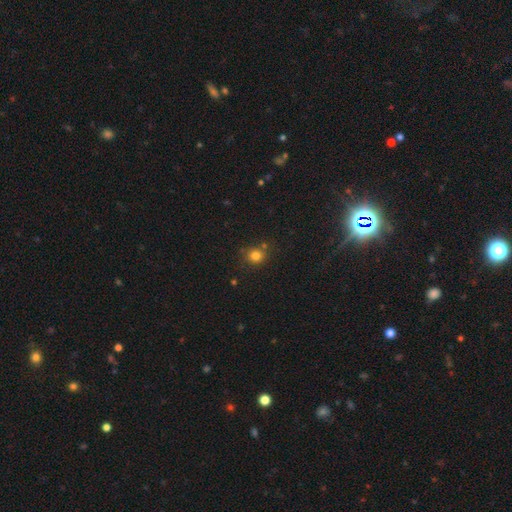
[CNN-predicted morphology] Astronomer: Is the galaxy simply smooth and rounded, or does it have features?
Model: smooth — 79%.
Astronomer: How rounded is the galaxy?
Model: round — 86%.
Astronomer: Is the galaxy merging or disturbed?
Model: none — 77%.